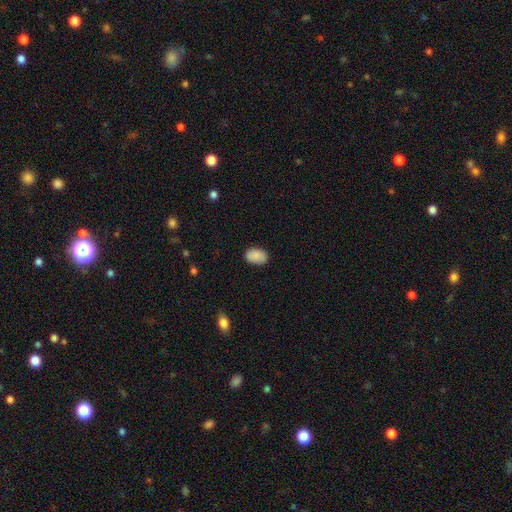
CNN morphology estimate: Smooth or featured?
  - smooth: 87% *
  - star or artifact: 7%
  - featured or disk: 6%
How rounded?
  - in between: 85% *
  - round: 14%
  - cigar-shaped: 1%
Merging?
  - none: 83% *
  - minor disturbance: 13%
  - major disturbance: 2%
  - merger: 1%